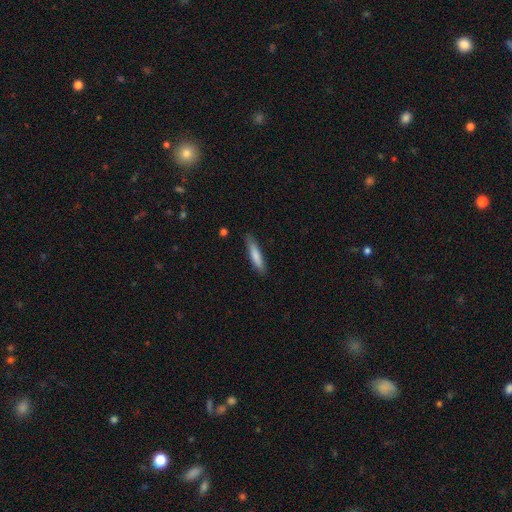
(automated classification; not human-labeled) Morphology: type=smooth (79%); roundness=cigar-shaped (86%); merging=none (84%).